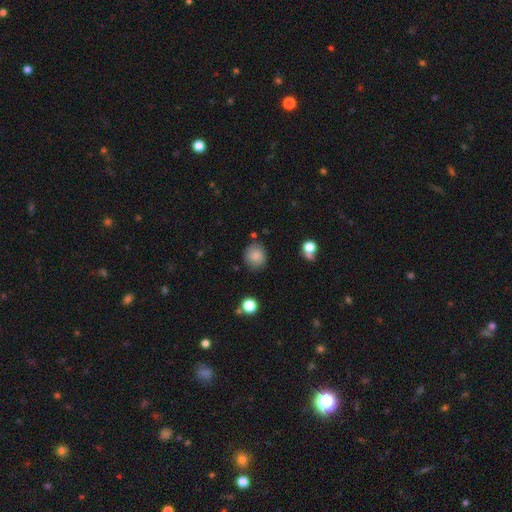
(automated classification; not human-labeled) Smooth or featured: smooth — 82% (star or artifact — 10%)
How rounded: round — 82% (in between — 17%)
Merging: none — 79% (minor disturbance — 14%)